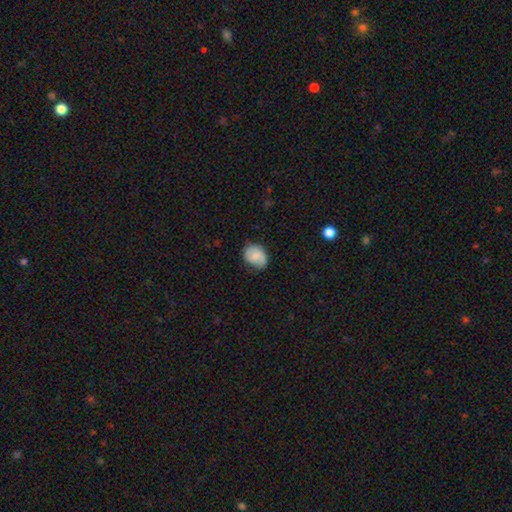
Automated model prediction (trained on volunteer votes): smooth 64%, featured or disk 28%, star or artifact 7%. Down the decision tree: how rounded — in between (57%); merging — none (65%).